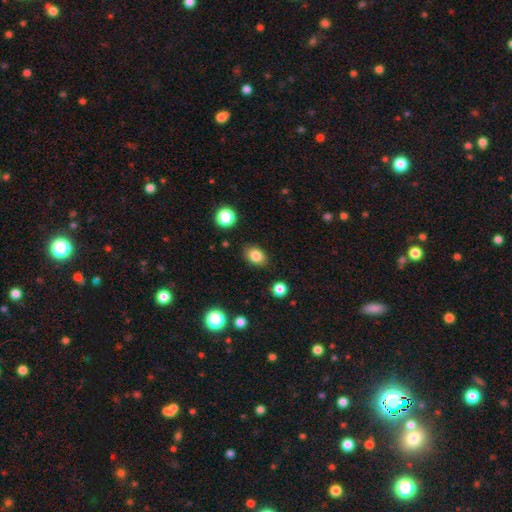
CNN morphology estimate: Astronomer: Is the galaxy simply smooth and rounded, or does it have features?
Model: smooth — 83%.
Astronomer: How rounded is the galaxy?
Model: in between — 69%.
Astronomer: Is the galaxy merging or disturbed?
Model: none — 86%.